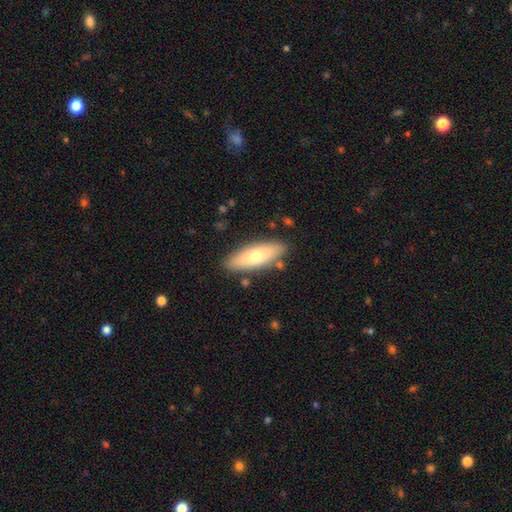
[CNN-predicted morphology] smooth_or_featured: smooth (p=0.66) [alt: featured or disk p=0.28]
how_rounded: in between (p=0.62) [alt: cigar-shaped p=0.35]
merging: none (p=0.85) [alt: minor disturbance p=0.10]